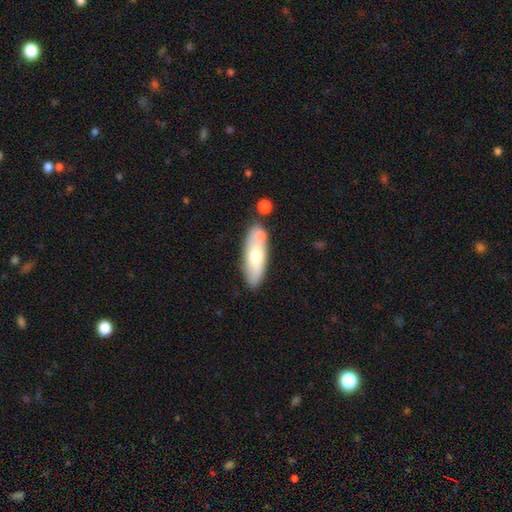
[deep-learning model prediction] This appears to be a smooth galaxy with no disk features (60%) that is in between round and cigar-shaped (68%). Merging: none (67%).